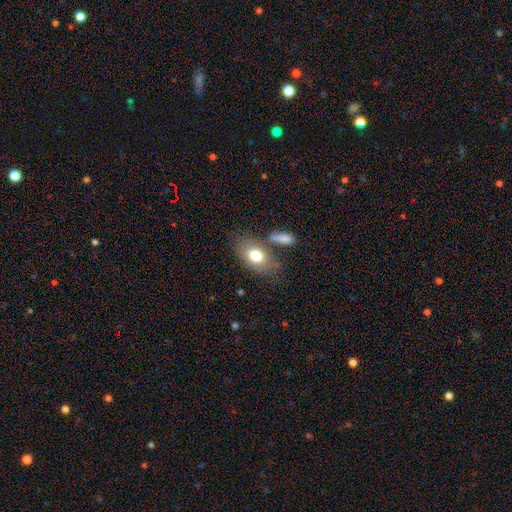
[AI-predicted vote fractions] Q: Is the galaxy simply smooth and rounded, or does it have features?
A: smooth — 73%.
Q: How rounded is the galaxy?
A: in between — 84%.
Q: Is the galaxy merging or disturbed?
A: none — 60%.